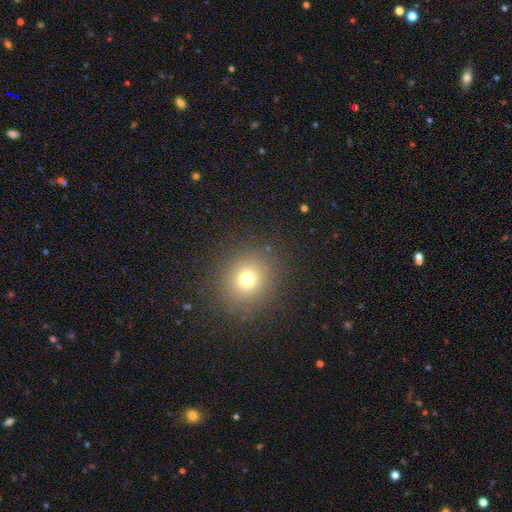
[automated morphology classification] Overall: smooth (67%). How rounded: round (87%). Merging: none (92%).